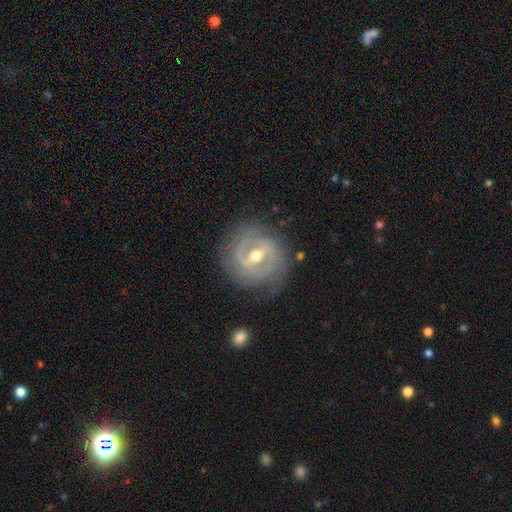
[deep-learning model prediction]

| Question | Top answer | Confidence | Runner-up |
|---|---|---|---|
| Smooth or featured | featured or disk | 86% | smooth (9%) |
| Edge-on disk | no | 96% | yes (4%) |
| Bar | weak | 44% | strong (43%) |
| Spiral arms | yes | 91% | no (9%) |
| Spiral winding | tight | 59% | medium (32%) |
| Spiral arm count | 2 | 65% | can't tell (17%) |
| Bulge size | moderate | 72% | small (21%) |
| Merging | none | 79% | minor disturbance (14%) |